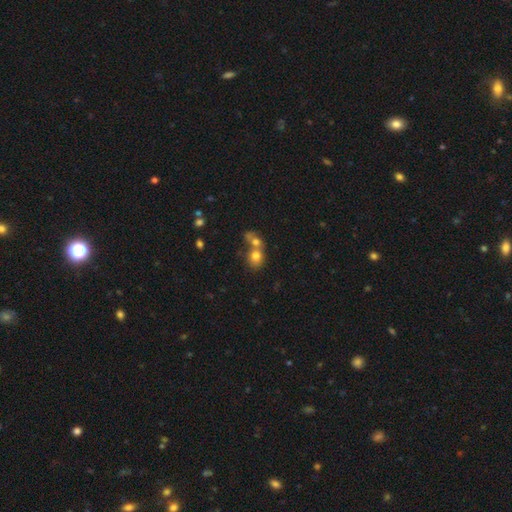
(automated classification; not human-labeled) This is likely a smooth galaxy (74%). How rounded: likely round (62%). Merging: likely merger (63%).